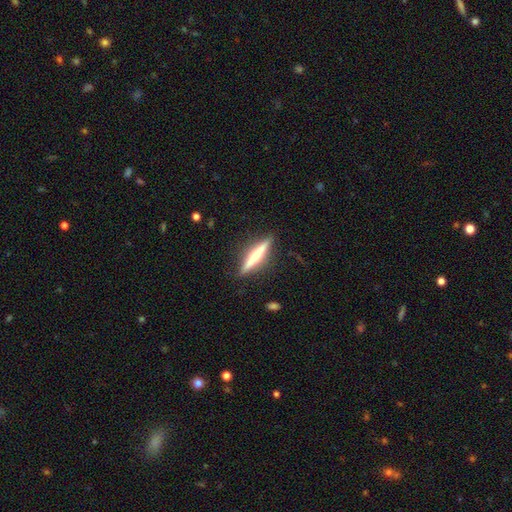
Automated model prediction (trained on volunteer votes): A featured or disk galaxy (55%) viewed edge-on (97%) with a rounded central bulge (48%).

Vote fractions:
- Smooth or featured? featured or disk: 55% / smooth: 38% / star or artifact: 6%
- Edge-on disk? yes: 97% / no: 3%
- Edge-on bulge? rounded: 48% / none: 40% / boxy: 12%
- Merging? none: 89% / minor disturbance: 7% / major disturbance: 2% / merger: 1%